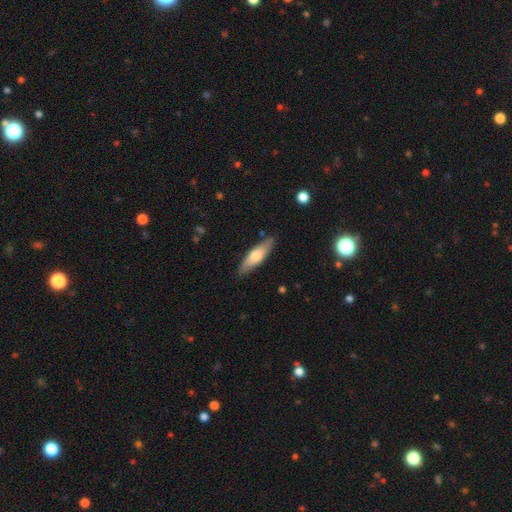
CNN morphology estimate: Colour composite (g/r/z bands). It shows a smooth galaxy with no disk features (62%) that is cigar-shaped (59%). Merging: none (85%).